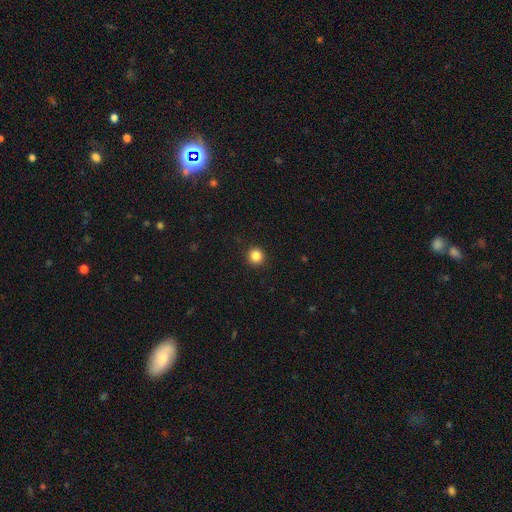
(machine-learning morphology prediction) smooth_or_featured: smooth (p=0.85) [alt: star or artifact p=0.11]
how_rounded: round (p=0.94) [alt: in between p=0.05]
merging: none (p=0.92) [alt: minor disturbance p=0.05]